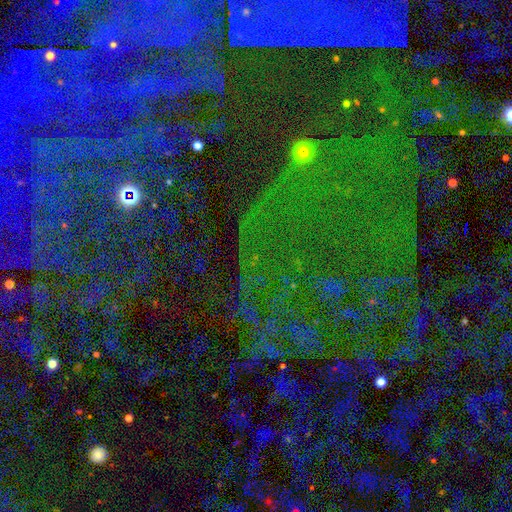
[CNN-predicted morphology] type=star or artifact (82%).